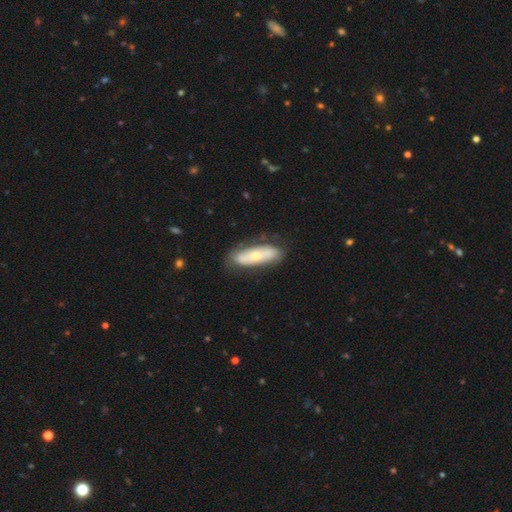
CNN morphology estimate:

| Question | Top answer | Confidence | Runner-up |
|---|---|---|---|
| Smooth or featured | smooth | 49% | featured or disk (46%) |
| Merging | none | 77% | minor disturbance (17%) |